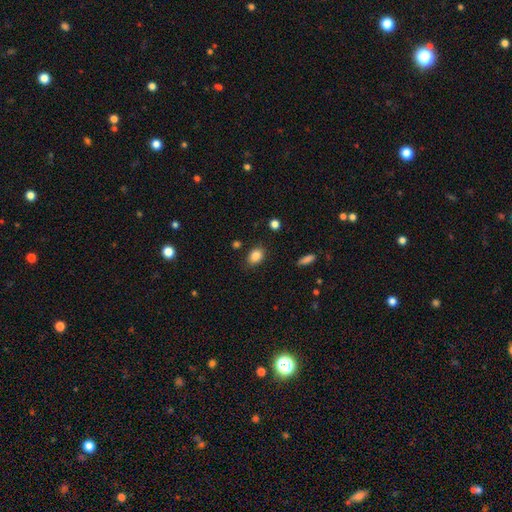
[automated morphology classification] smooth-or-featured: smooth: 86% | star or artifact: 9% | featured or disk: 5%
  how-rounded: in between: 73% | round: 26% | cigar-shaped: 1%
  merging: none: 83% | minor disturbance: 12% | major disturbance: 3% | merger: 2%